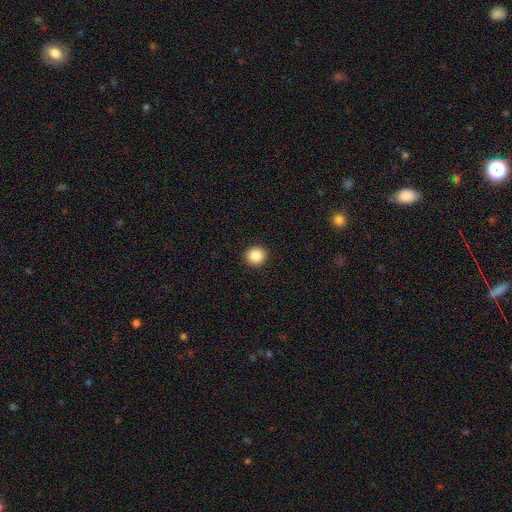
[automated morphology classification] smooth 87%, star or artifact 9%, featured or disk 4%. Down the decision tree: how rounded — round (92%); merging — none (93%).